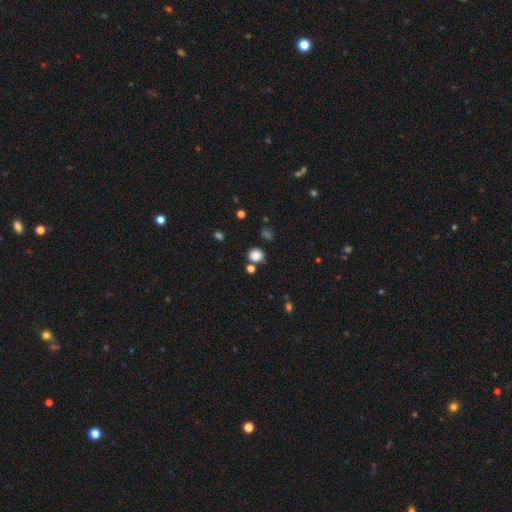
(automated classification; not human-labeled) A smooth galaxy with no disk features (83%) that is round (81%).

Vote fractions:
- Smooth or featured? smooth: 83% / star or artifact: 13% / featured or disk: 4%
- How rounded? round: 81% / in between: 18% / cigar-shaped: 1%
- Merging? none: 77% / minor disturbance: 11% / merger: 9% / major disturbance: 4%